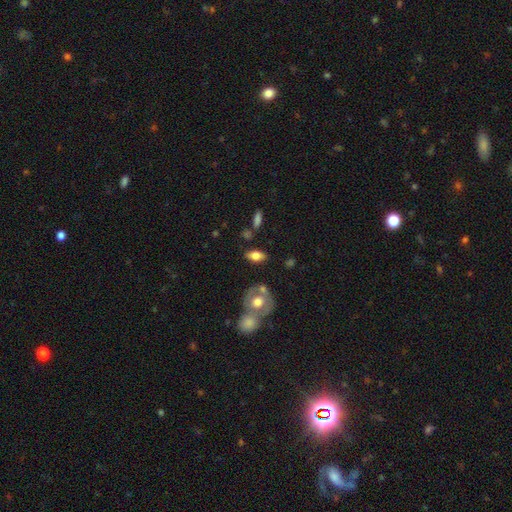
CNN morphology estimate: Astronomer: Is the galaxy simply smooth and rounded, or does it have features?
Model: smooth — 70%.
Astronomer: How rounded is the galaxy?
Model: in between — 86%.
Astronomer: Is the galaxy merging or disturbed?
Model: none — 76%.